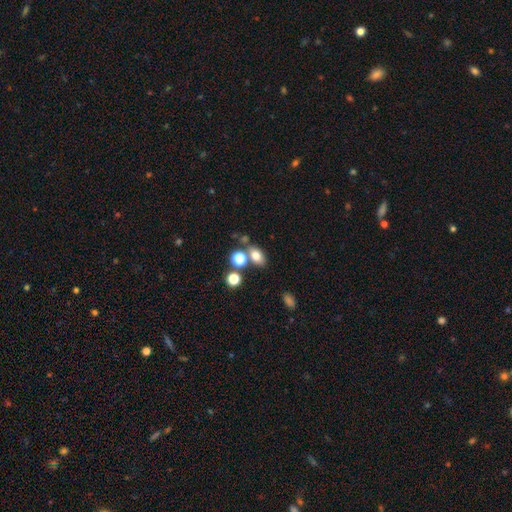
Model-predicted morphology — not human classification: Smooth or featured? smooth (75%)
How rounded? in between (74%)
Merging? none (63%)